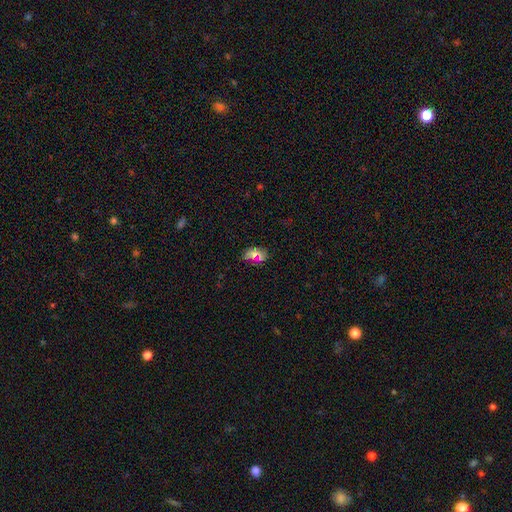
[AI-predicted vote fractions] Morphology: type=smooth (62%); roundness=in between (81%); merging=none (75%).